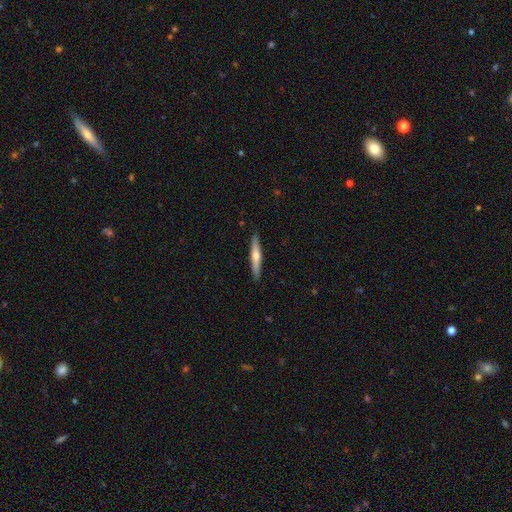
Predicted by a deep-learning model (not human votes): featured or disk 49%, smooth 45%, star or artifact 5%. Down the decision tree: merging — none (90%).